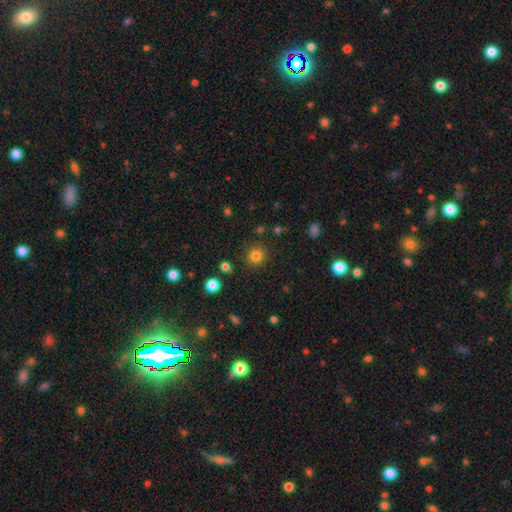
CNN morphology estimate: Smooth or featured: smooth — 81% (star or artifact — 14%)
How rounded: round — 92% (in between — 7%)
Merging: none — 88% (minor disturbance — 7%)